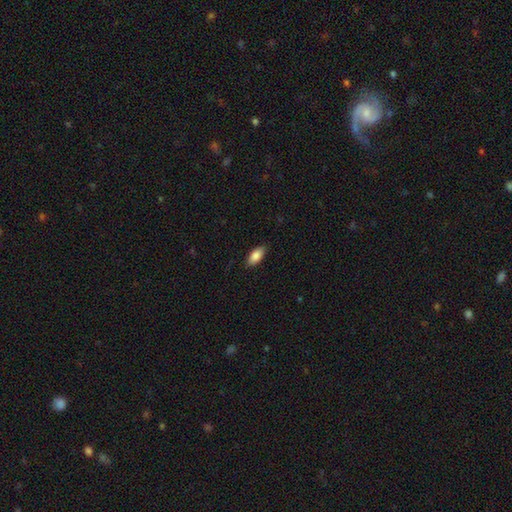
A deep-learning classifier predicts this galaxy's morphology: smooth_or_featured: smooth (p=0.86) [alt: featured or disk p=0.07]
how_rounded: in between (p=0.89) [alt: cigar-shaped p=0.09]
merging: none (p=0.85) [alt: minor disturbance p=0.12]